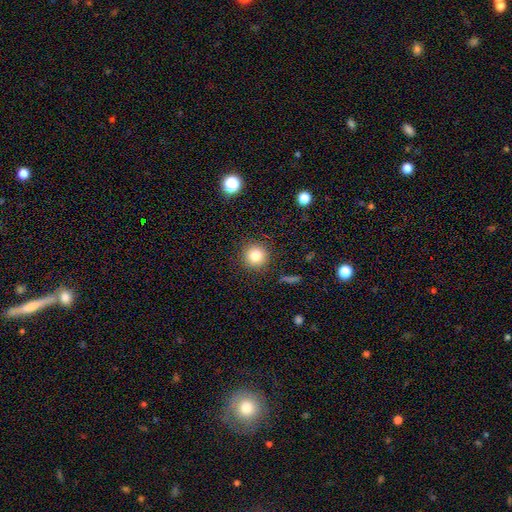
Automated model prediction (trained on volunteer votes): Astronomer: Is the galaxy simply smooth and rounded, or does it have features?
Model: smooth — 82%.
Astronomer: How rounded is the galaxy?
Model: round — 94%.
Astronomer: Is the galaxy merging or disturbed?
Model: none — 89%.